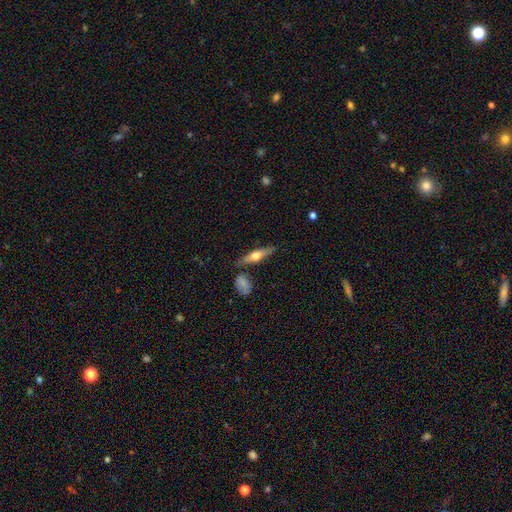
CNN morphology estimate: This appears to be a featured or disk galaxy (54%) viewed edge-on (91%). Merging: none (78%).